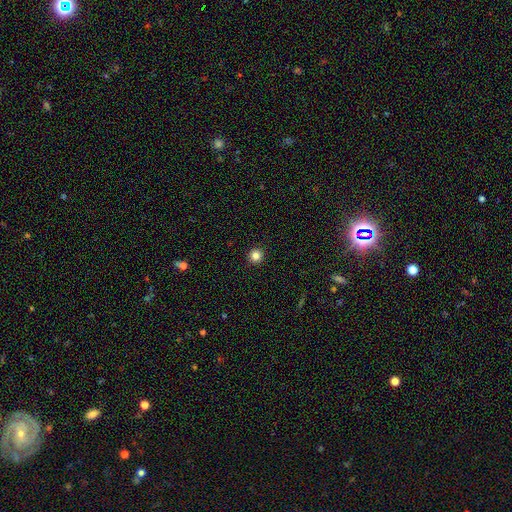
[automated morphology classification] A smooth galaxy with no disk features (84%) that is round (95%). Merging: none (93%).